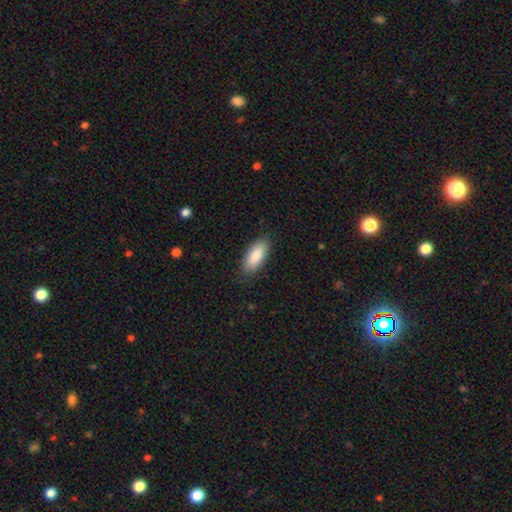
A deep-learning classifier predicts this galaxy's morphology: type=smooth (87%); roundness=in between (82%); merging=none (86%).